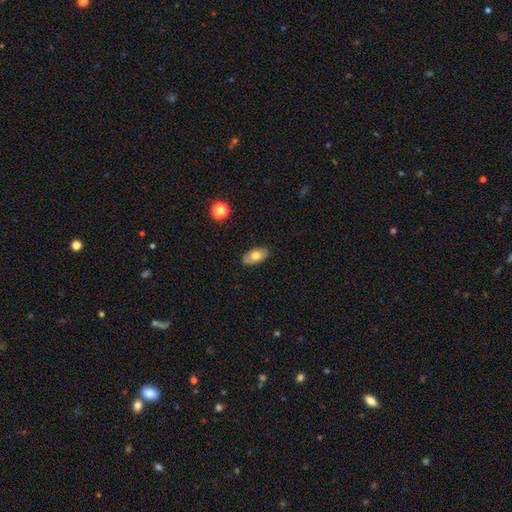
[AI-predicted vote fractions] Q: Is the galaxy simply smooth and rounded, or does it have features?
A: smooth — 70%.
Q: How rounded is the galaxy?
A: in between — 92%.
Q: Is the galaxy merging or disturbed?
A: none — 86%.